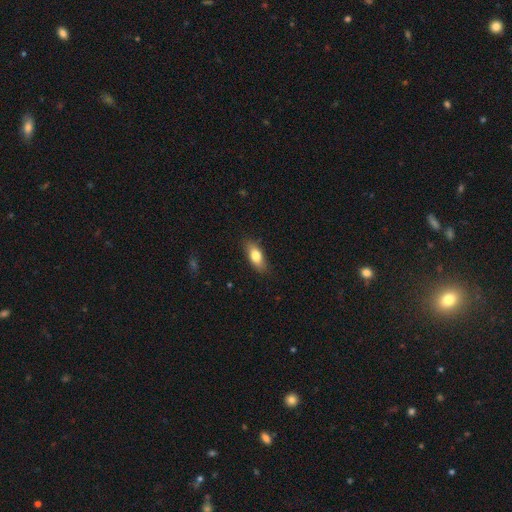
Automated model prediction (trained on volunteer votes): Smooth or featured?
  - smooth: 76% *
  - featured or disk: 17%
  - star or artifact: 7%
How rounded?
  - in between: 78% *
  - cigar-shaped: 18%
  - round: 4%
Merging?
  - none: 83% *
  - minor disturbance: 13%
  - major disturbance: 3%
  - merger: 1%